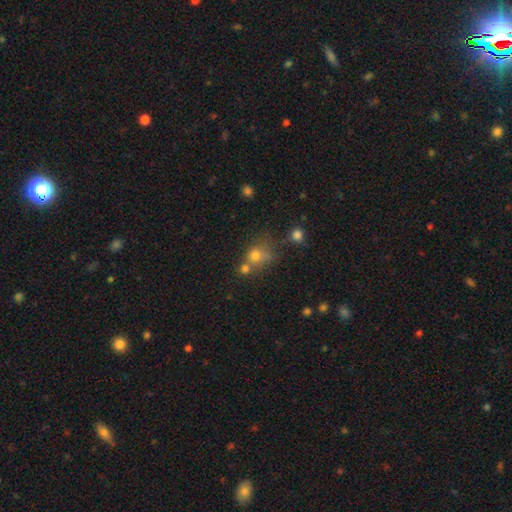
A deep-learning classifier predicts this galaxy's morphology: A smooth galaxy with no disk features (70%) that is round (73%).

Vote fractions:
- Smooth or featured? smooth: 70% / star or artifact: 18% / featured or disk: 13%
- How rounded? round: 73% / in between: 26% / cigar-shaped: 1%
- Merging? none: 42% / merger: 36% / minor disturbance: 14% / major disturbance: 9%